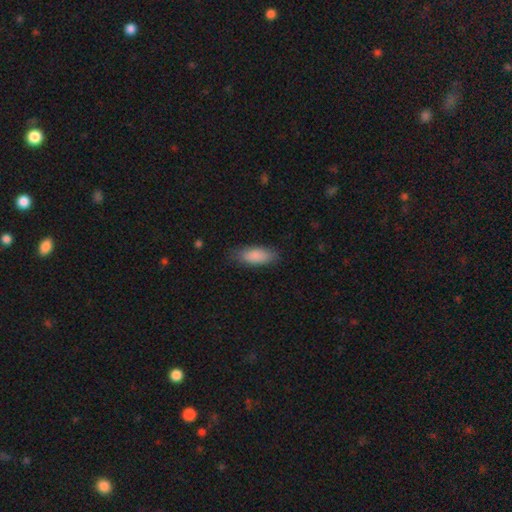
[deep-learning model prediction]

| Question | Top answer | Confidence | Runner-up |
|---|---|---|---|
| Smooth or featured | smooth | 87% | featured or disk (6%) |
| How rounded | in between | 81% | cigar-shaped (17%) |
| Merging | none | 81% | minor disturbance (15%) |